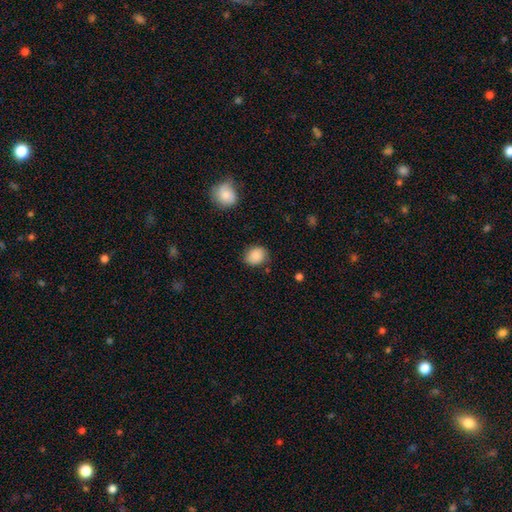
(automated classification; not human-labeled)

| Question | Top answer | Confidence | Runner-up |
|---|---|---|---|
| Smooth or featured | smooth | 87% | star or artifact (8%) |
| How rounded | round | 55% | in between (45%) |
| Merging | none | 77% | minor disturbance (17%) |